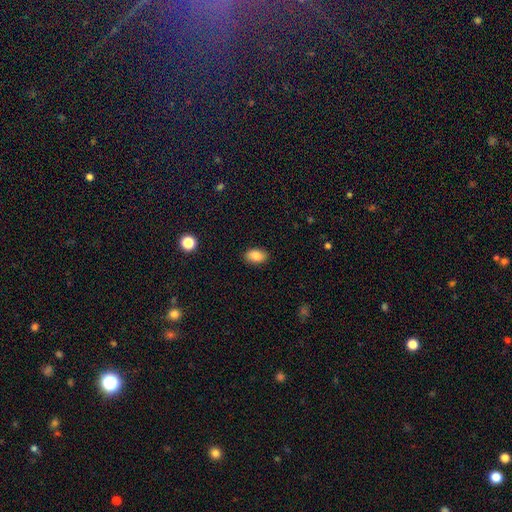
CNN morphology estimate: Smooth or featured? smooth (87%)
How rounded? in between (88%)
Merging? none (88%)